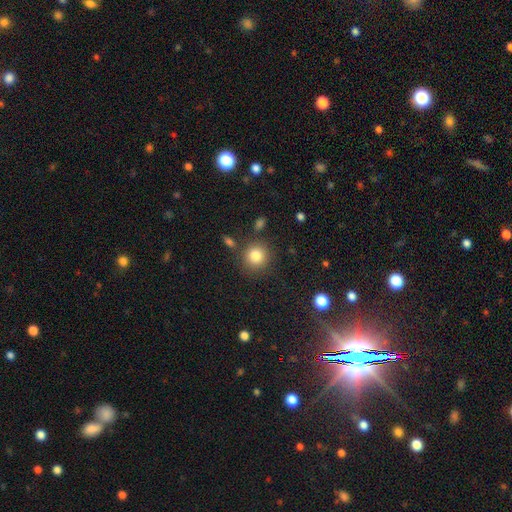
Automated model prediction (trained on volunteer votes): Smooth or featured? smooth (83%)
How rounded? round (90%)
Merging? none (82%)